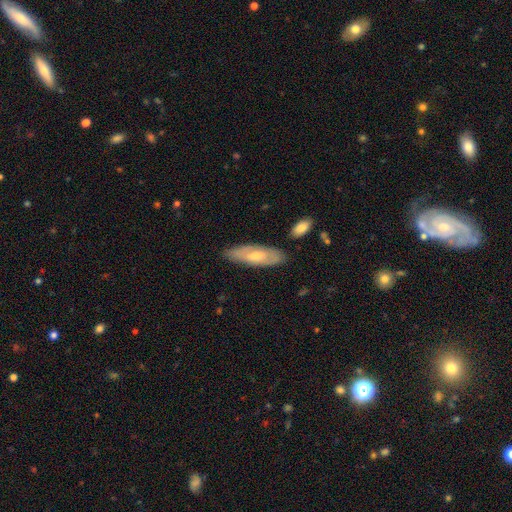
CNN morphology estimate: A smooth galaxy with no disk features (48%).

Vote fractions:
- Smooth or featured? smooth: 48% / featured or disk: 45% / star or artifact: 6%
- Merging? none: 82% / minor disturbance: 13% / major disturbance: 3% / merger: 2%